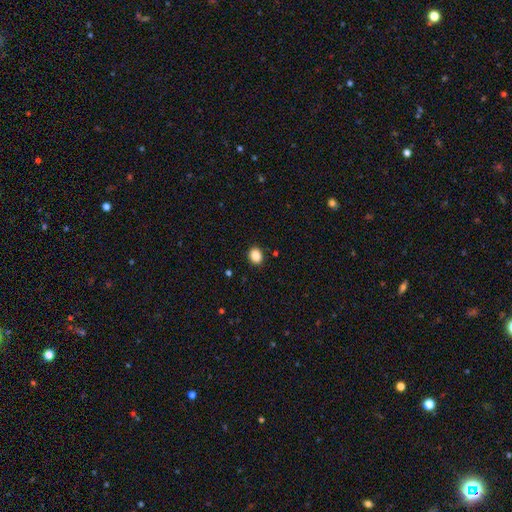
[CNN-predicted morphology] smooth 88%, star or artifact 10%, featured or disk 3%. Down the decision tree: how rounded — round (50%); merging — none (89%).